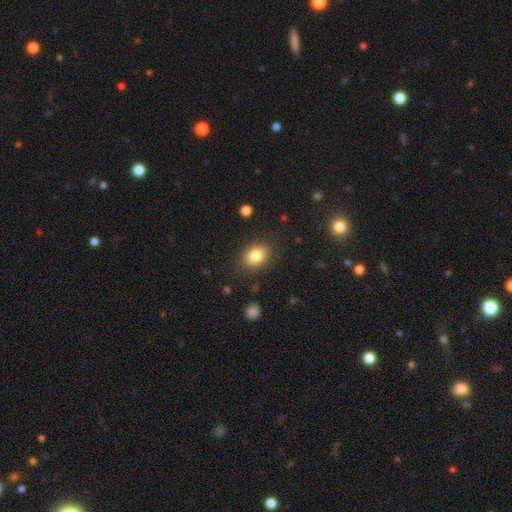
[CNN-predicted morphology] Smooth or featured?
  - smooth: 83% *
  - star or artifact: 9%
  - featured or disk: 8%
How rounded?
  - in between: 63% *
  - round: 36%
  - cigar-shaped: 1%
Merging?
  - none: 84% *
  - minor disturbance: 11%
  - major disturbance: 4%
  - merger: 2%